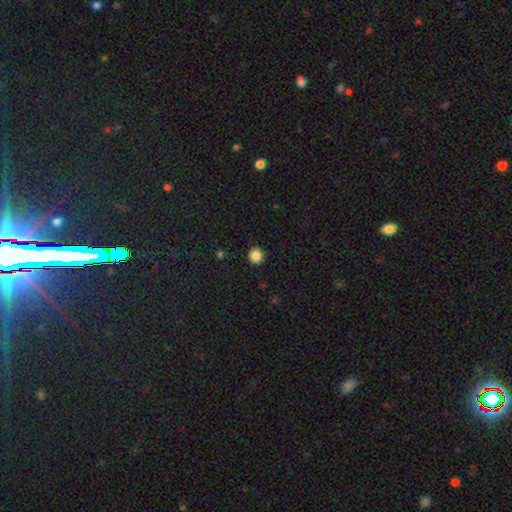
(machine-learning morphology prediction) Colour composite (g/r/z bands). It shows a smooth galaxy with no disk features (85%) that is round (91%). Merging: none (92%).